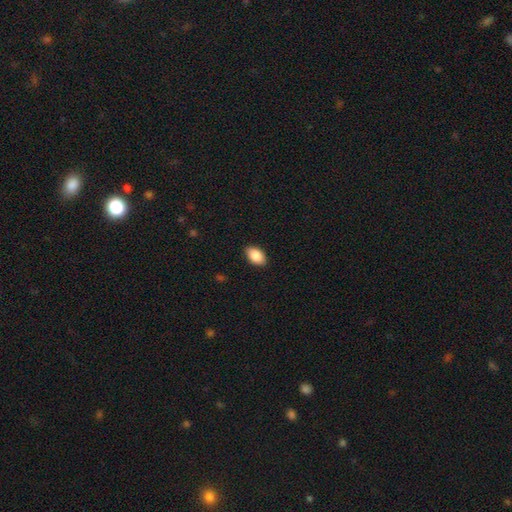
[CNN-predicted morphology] A smooth galaxy with no disk features (88%) that is in between round and cigar-shaped (91%).

Vote fractions:
- Smooth or featured? smooth: 88% / star or artifact: 7% / featured or disk: 5%
- How rounded? in between: 91% / round: 7% / cigar-shaped: 1%
- Merging? none: 89% / minor disturbance: 9% / major disturbance: 2% / merger: 1%